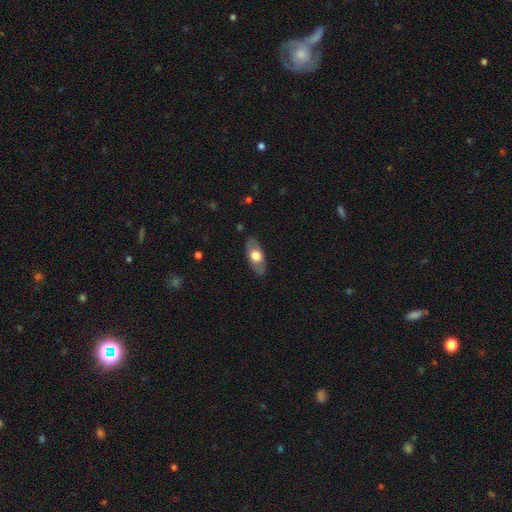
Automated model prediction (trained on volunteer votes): A smooth galaxy with no disk features (56%) that is in between round and cigar-shaped (84%).

Vote fractions:
- Smooth or featured? smooth: 56% / featured or disk: 38% / star or artifact: 6%
- How rounded? in between: 84% / cigar-shaped: 11% / round: 5%
- Merging? none: 83% / minor disturbance: 13% / major disturbance: 3% / merger: 1%